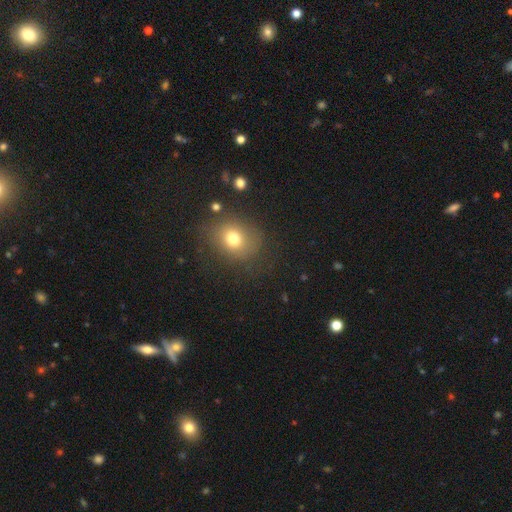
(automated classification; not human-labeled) Smooth or featured? Predicted: smooth (p=0.64). How rounded? Predicted: round (p=0.76). Merging? Predicted: none (p=0.86).